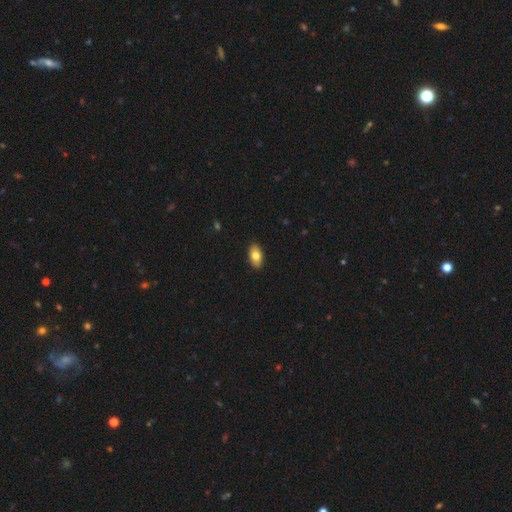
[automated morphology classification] type=smooth (78%); roundness=in between (91%); merging=none (90%).